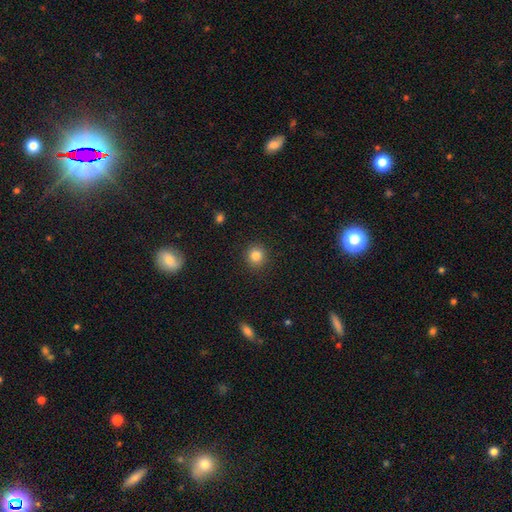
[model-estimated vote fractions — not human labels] smooth 84%, star or artifact 11%, featured or disk 5%. Down the decision tree: how rounded — round (90%); merging — none (91%).